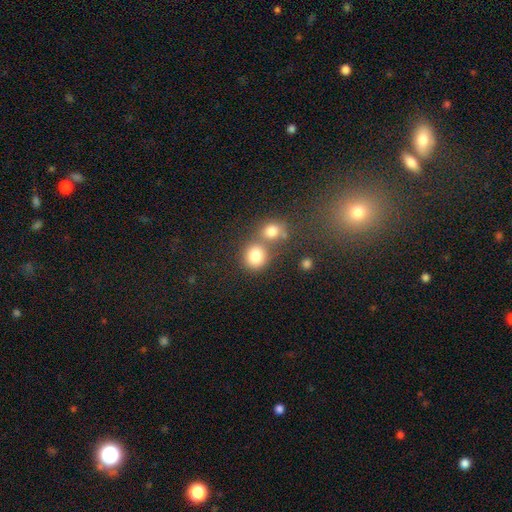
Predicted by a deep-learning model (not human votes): Q: Smooth or featured?
A: smooth (80%); runner-up: star or artifact (12%)
Q: How rounded?
A: round (82%); runner-up: in between (17%)
Q: Merging?
A: none (52%); runner-up: merger (36%)